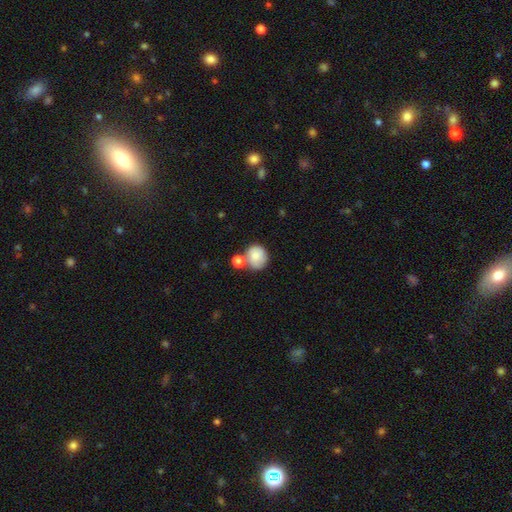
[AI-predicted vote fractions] Smooth or featured: smooth — 74% (featured or disk — 18%)
How rounded: round — 81% (in between — 18%)
Merging: none — 47% (merger — 30%)